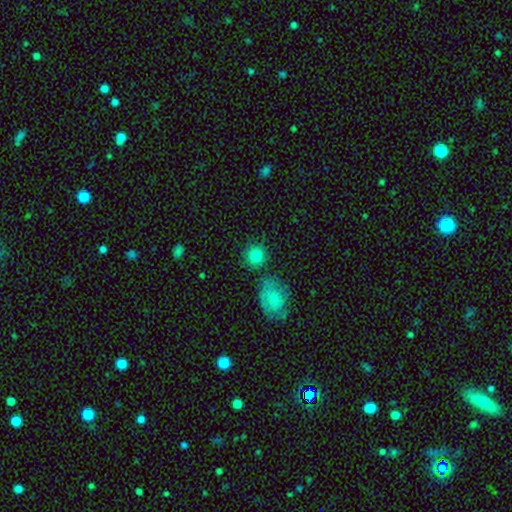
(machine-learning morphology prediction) Smooth or featured: smooth — 85% (star or artifact — 8%)
How rounded: round — 88% (in between — 11%)
Merging: none — 73% (merger — 12%)